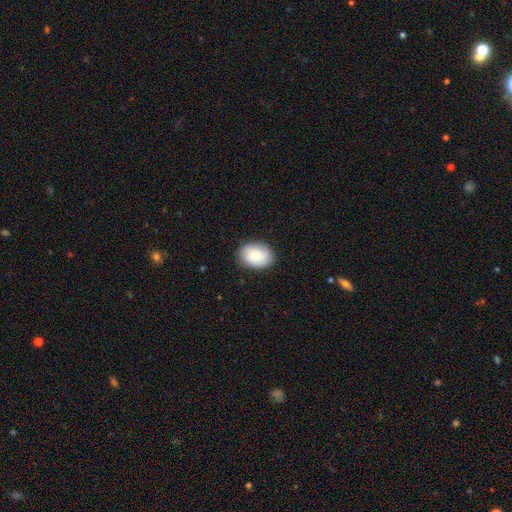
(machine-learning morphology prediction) The model was most divided on "how rounded": in between: 75%, round: 24%, cigar-shaped: 1%. More confident: merging — none (85%); smooth or featured — smooth (82%).